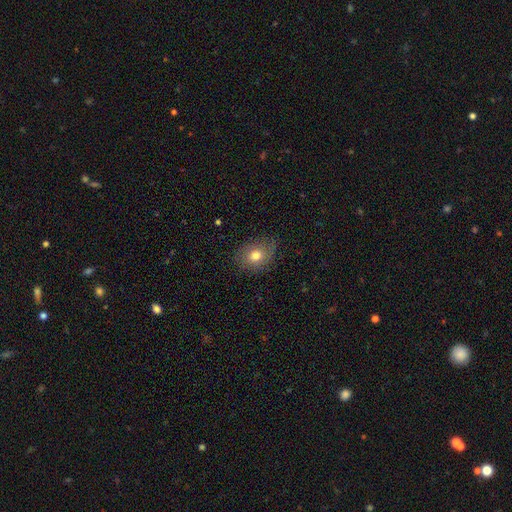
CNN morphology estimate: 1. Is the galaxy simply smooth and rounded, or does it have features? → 74% smooth, 16% featured or disk, 10% star or artifact.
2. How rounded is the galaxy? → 56% in between, 43% round, 1% cigar-shaped.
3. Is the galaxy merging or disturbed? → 76% none, 18% minor disturbance, 5% major disturbance, 1% merger.